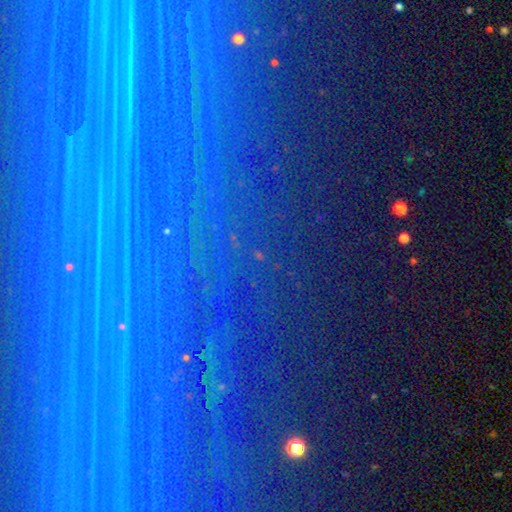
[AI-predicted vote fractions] Smooth or featured? Predicted: star or artifact (p=0.83).